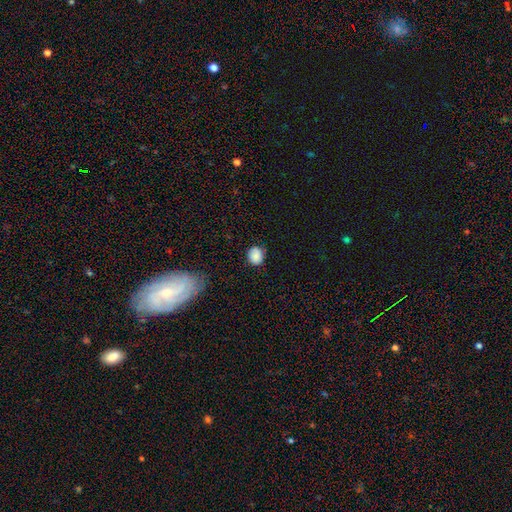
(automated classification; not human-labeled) Smooth or featured? Predicted: smooth (p=0.85). How rounded? Predicted: round (p=0.71). Merging? Predicted: none (p=0.76).